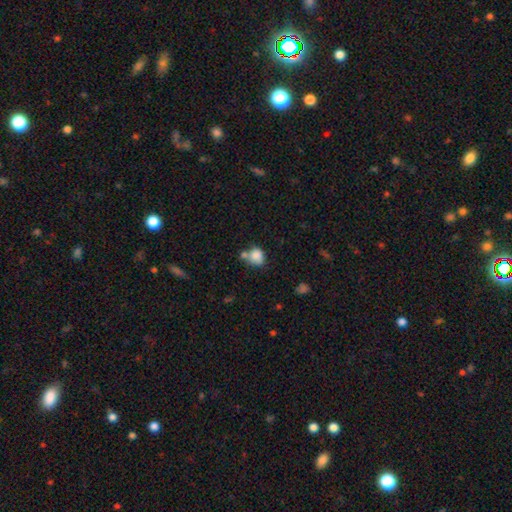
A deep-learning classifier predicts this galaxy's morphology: A smooth galaxy with no disk features (83%) that is round (65%). Merging: none (46%).